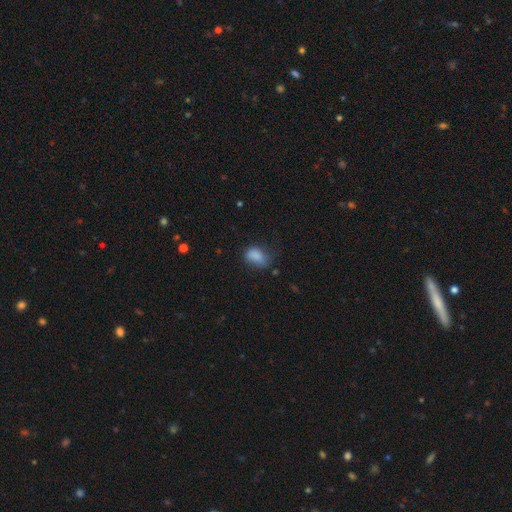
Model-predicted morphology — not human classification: Overall: smooth (83%). How rounded: in between (84%). Merging: none (49%; minor disturbance 34%).